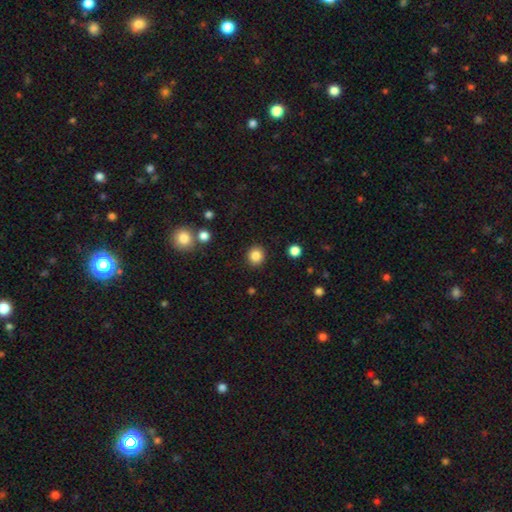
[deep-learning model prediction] Overall: smooth (85%). How rounded: round (84%). Merging: none (91%).